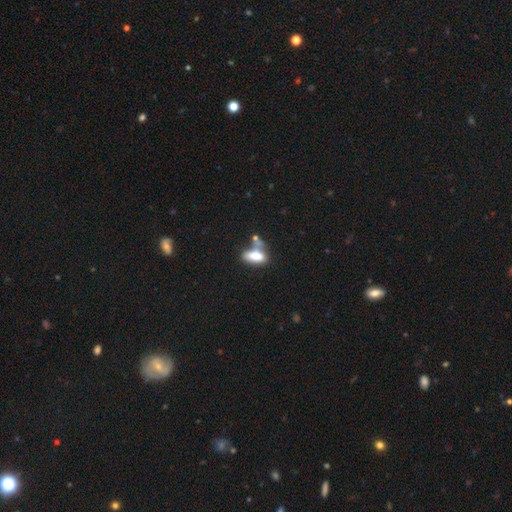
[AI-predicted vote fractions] Q: Smooth or featured?
A: smooth (69%); runner-up: featured or disk (22%)
Q: How rounded?
A: in between (80%); runner-up: cigar-shaped (16%)
Q: Merging?
A: none (37%); runner-up: merger (35%)